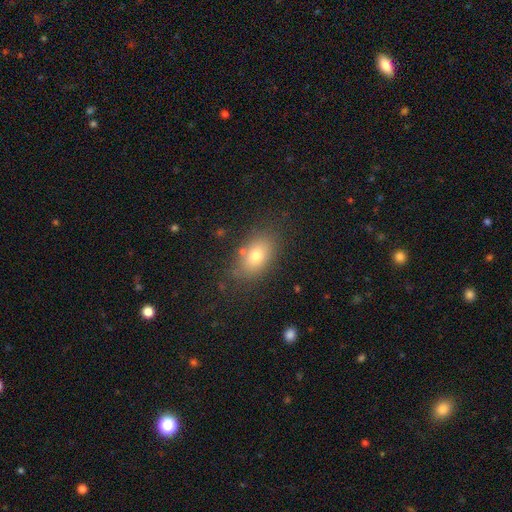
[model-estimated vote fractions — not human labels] Smooth or featured? smooth (77%)
How rounded? in between (85%)
Merging? none (78%)